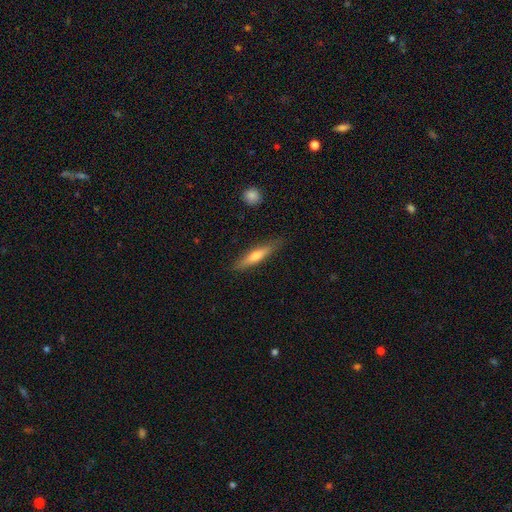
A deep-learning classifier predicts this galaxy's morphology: Overall: smooth (54%; featured or disk 40%). How rounded: cigar-shaped (85%). Merging: none (85%).